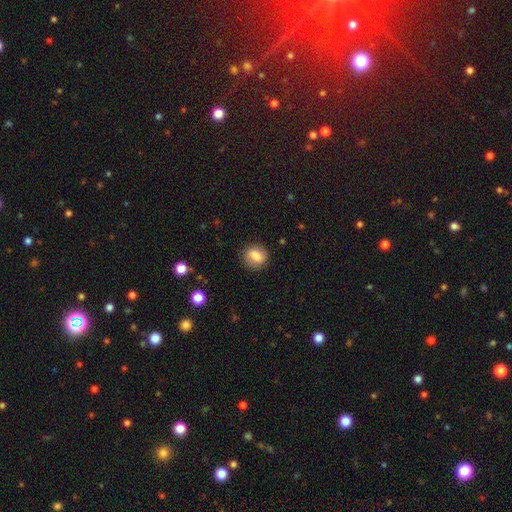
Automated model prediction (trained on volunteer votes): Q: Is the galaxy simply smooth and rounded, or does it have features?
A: smooth — 79%.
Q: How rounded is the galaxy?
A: round — 67%.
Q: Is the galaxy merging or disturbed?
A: none — 84%.